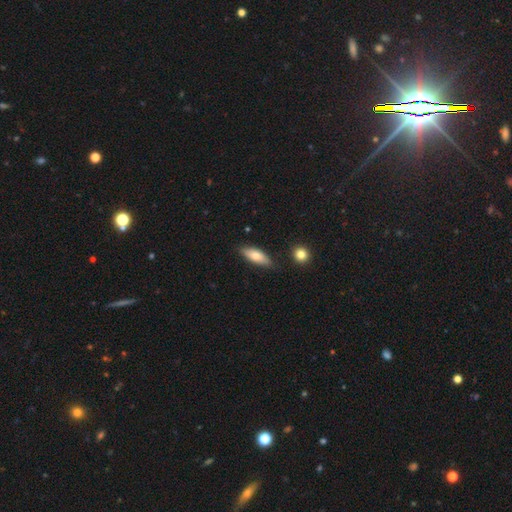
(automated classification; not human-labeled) This appears to be a smooth galaxy with no disk features (72%) that is in between round and cigar-shaped (64%). Merging: none (82%).